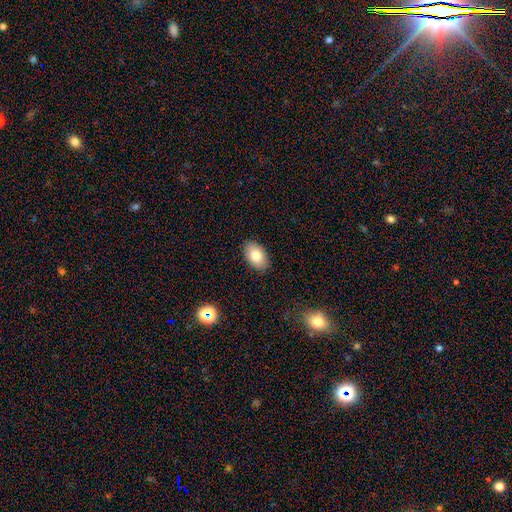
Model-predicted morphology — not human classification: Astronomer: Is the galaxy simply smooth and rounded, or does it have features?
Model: smooth — 82%.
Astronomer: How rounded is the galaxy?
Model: in between — 92%.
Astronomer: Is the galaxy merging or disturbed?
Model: none — 88%.